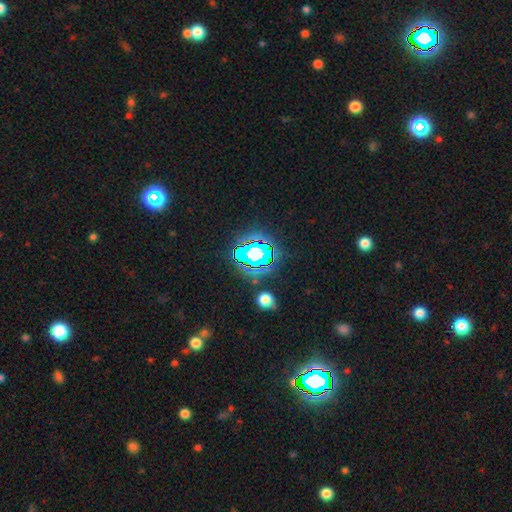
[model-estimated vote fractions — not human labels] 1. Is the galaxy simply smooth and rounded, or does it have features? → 74% star or artifact, 15% smooth, 11% featured or disk.